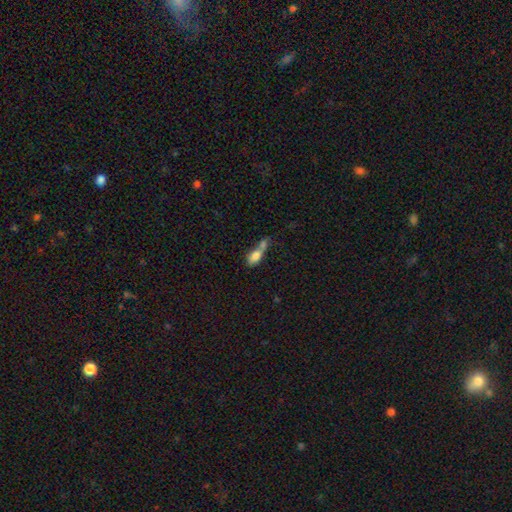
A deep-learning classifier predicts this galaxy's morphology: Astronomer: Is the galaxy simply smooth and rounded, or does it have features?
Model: smooth — 76%.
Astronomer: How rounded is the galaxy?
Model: in between — 79%.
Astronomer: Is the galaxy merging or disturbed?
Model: merger — 63%.